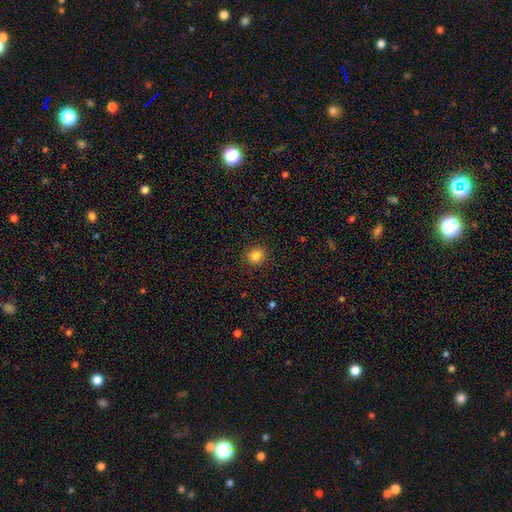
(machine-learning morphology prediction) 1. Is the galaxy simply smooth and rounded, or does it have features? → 85% smooth, 11% star or artifact, 4% featured or disk.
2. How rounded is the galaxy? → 90% round, 9% in between, 1% cigar-shaped.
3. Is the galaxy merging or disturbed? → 91% none, 6% minor disturbance, 2% major disturbance, 1% merger.